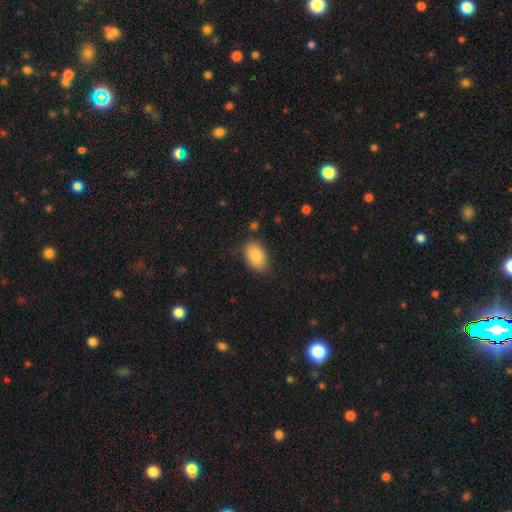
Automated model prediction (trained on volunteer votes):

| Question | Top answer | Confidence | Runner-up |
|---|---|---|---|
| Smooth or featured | smooth | 86% | featured or disk (7%) |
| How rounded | in between | 91% | round (7%) |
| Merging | none | 80% | minor disturbance (15%) |